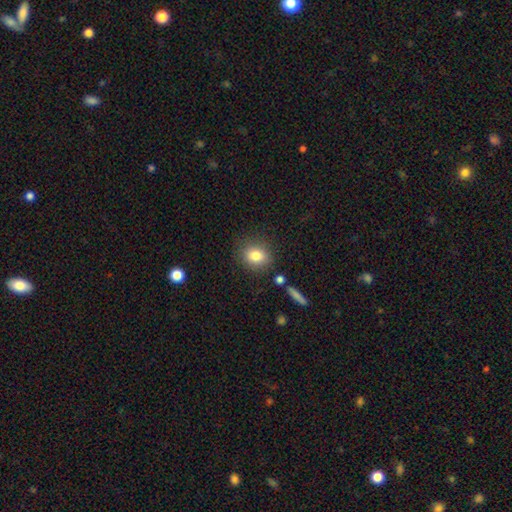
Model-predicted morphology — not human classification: Smooth or featured: smooth — 81% (star or artifact — 10%)
How rounded: round — 61% (in between — 38%)
Merging: none — 82% (minor disturbance — 11%)